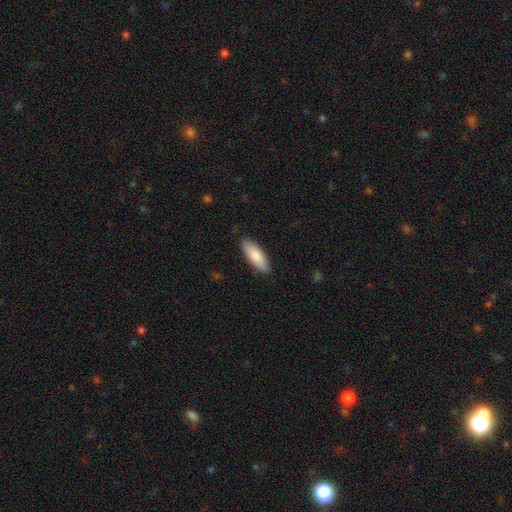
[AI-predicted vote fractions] Smooth or featured: smooth — 83% (featured or disk — 11%)
How rounded: in between — 68% (cigar-shaped — 31%)
Merging: none — 87% (minor disturbance — 10%)